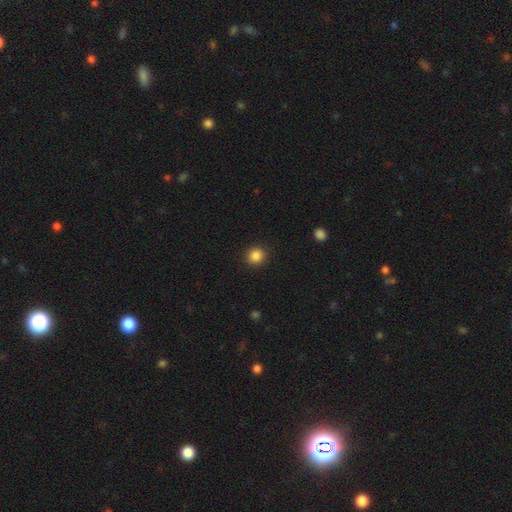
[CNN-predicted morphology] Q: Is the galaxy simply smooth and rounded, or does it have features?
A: smooth — 86%.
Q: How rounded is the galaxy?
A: round — 90%.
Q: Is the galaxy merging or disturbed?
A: none — 92%.